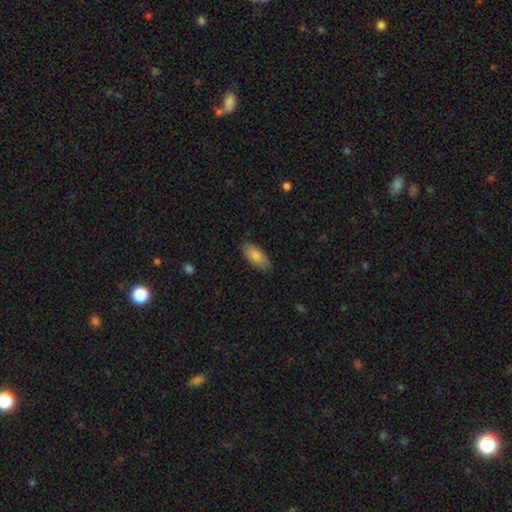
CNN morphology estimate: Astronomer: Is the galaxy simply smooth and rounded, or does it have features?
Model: smooth — 84%.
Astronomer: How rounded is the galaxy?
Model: in between — 87%.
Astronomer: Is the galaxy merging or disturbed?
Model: none — 84%.